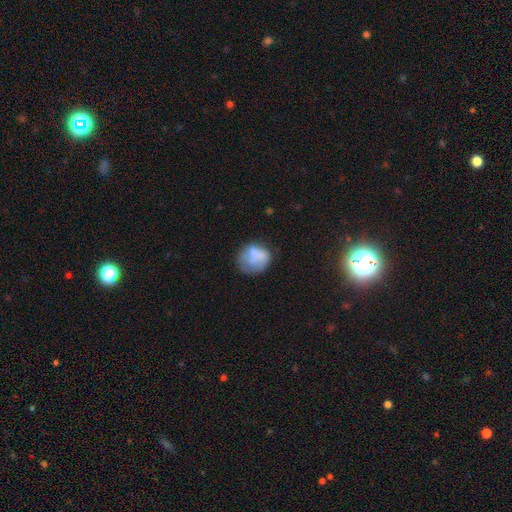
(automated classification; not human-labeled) A smooth galaxy with no disk features (60%) that is round (72%). Merging: none (48%).